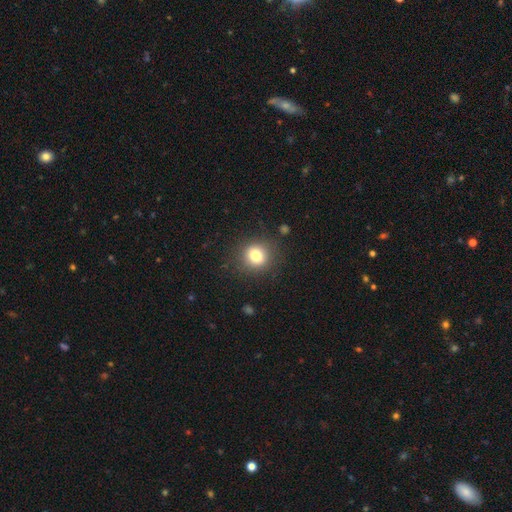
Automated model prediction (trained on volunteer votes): smooth-or-featured: smooth: 79% | star or artifact: 12% | featured or disk: 9%
  how-rounded: round: 85% | in between: 14% | cigar-shaped: 1%
  merging: none: 87% | minor disturbance: 8% | major disturbance: 4% | merger: 1%